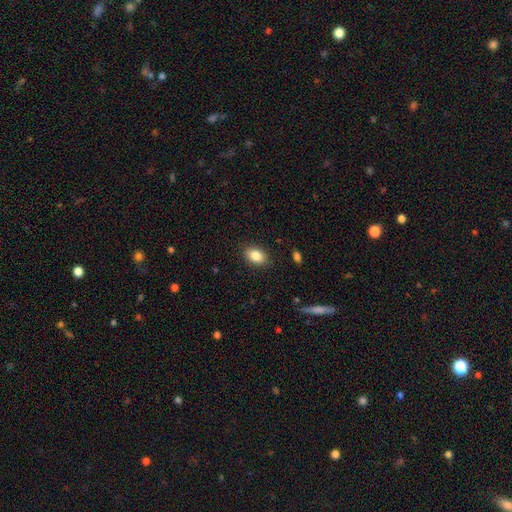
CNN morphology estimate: Overall: smooth (85%). How rounded: in between (85%). Merging: none (87%).